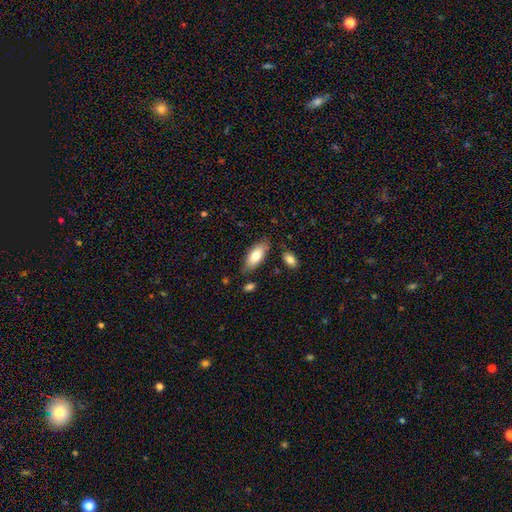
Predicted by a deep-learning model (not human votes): Q: Smooth or featured?
A: smooth (77%); runner-up: featured or disk (17%)
Q: How rounded?
A: in between (84%); runner-up: cigar-shaped (14%)
Q: Merging?
A: none (78%); runner-up: minor disturbance (15%)